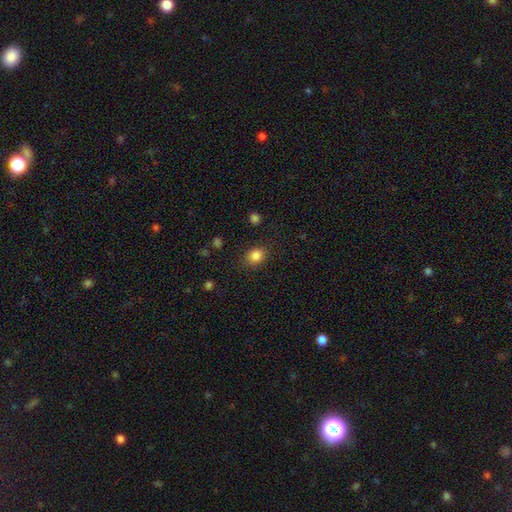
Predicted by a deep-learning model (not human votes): Morphology: type=smooth (85%); roundness=round (50%); merging=none (83%).